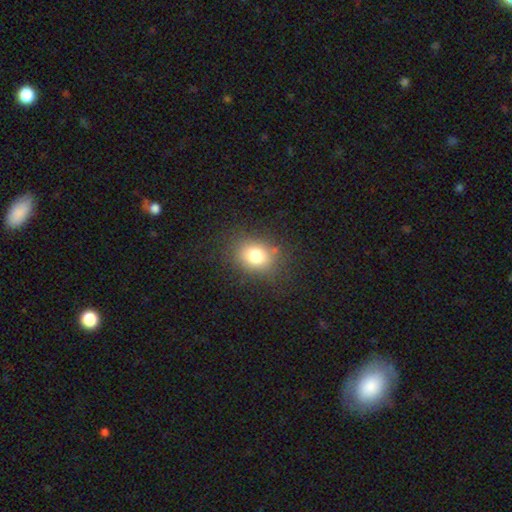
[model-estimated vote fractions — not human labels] smooth-or-featured: smooth: 77% | star or artifact: 14% | featured or disk: 10%
  how-rounded: round: 60% | in between: 39% | cigar-shaped: 1%
  merging: none: 81% | minor disturbance: 12% | major disturbance: 5% | merger: 1%